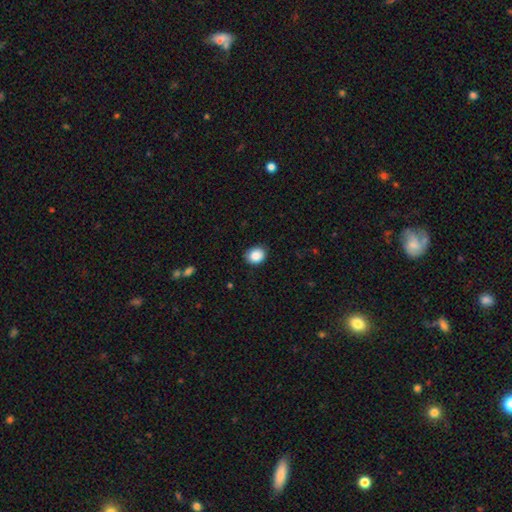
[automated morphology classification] Smooth or featured?
  - smooth: 87% *
  - star or artifact: 9%
  - featured or disk: 4%
How rounded?
  - round: 65% *
  - in between: 34%
  - cigar-shaped: 1%
Merging?
  - none: 85% *
  - minor disturbance: 12%
  - major disturbance: 2%
  - merger: 1%